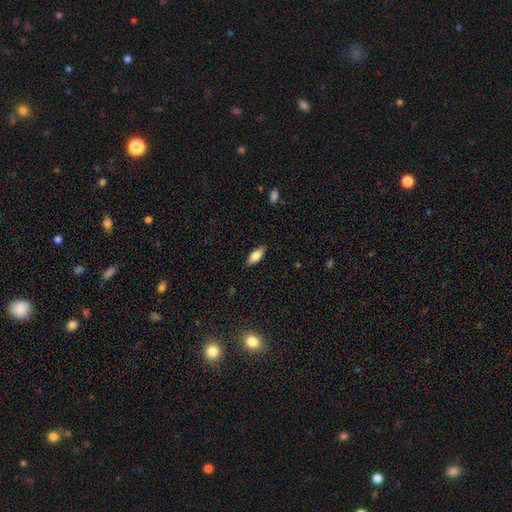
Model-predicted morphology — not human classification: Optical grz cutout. It shows a smooth galaxy with no disk features (74%) that is in between round and cigar-shaped (76%). Merging: none (86%).